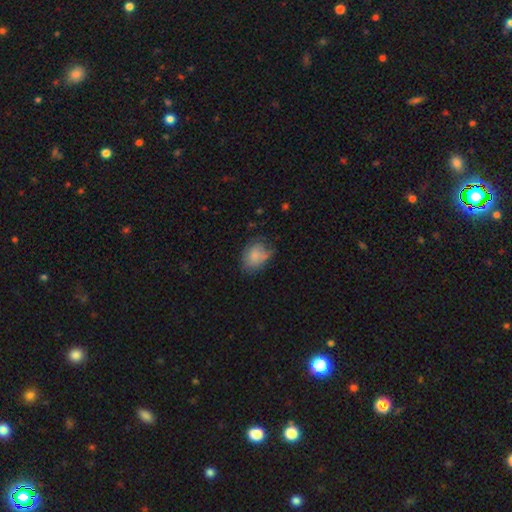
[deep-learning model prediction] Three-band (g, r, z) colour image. It shows a smooth galaxy with no disk features (76%) that is in between round and cigar-shaped (66%). Merging: none (51%).